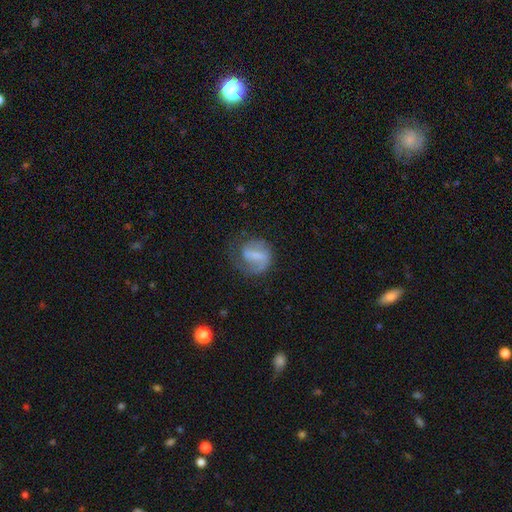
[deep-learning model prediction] The model was most divided on "bulge size": small: 37%, none: 36%, moderate: 21%, large: 5%, dominant: 1%. Remaining: edge-on disk — no (96%); spiral arms — yes (75%); smooth or featured — featured or disk (54%); merging — none (50%); bar — weak (44%).